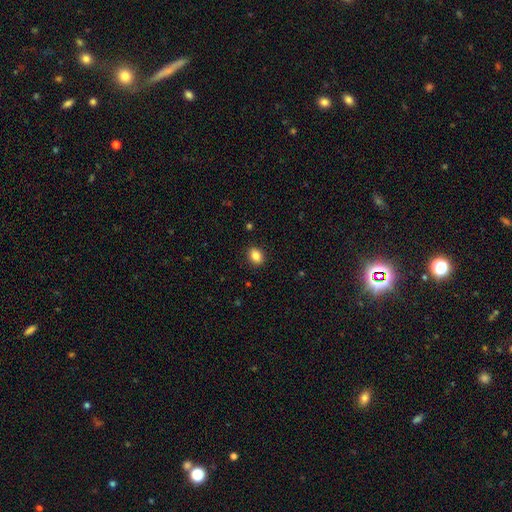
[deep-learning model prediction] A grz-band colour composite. It shows a smooth galaxy with no disk features (85%) that is in between round and cigar-shaped (55%). Merging: none (90%).